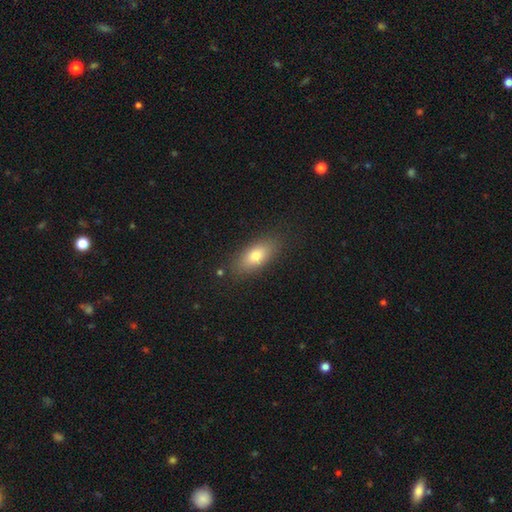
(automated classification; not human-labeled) The model was most divided on "smooth or featured": smooth: 78%, featured or disk: 15%, star or artifact: 8%. More confident: merging — none (83%); how rounded — in between (82%).